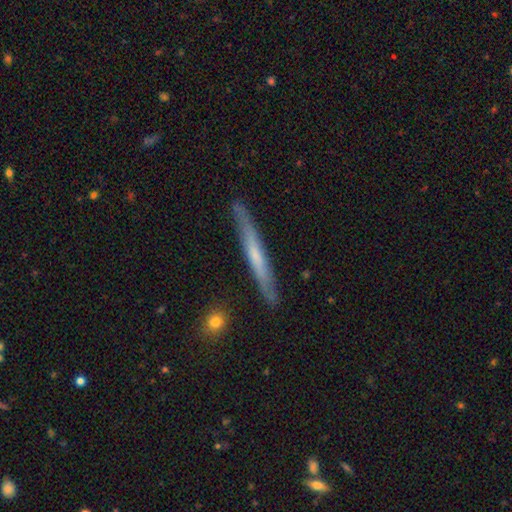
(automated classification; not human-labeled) Morphology: type=featured or disk (52%); edge-on=yes (93%); merging=none (86%).